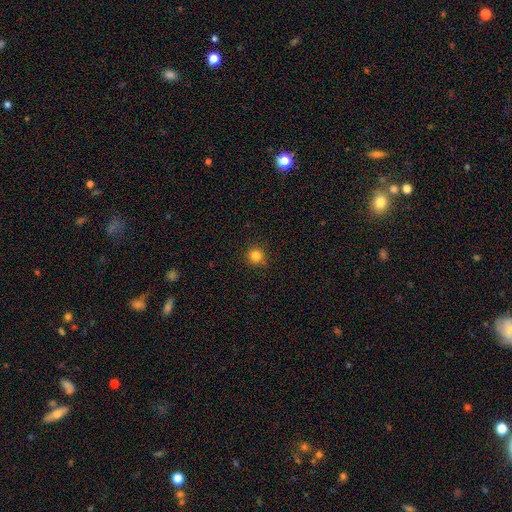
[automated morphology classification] Overall: smooth (83%). How rounded: round (95%). Merging: none (89%).